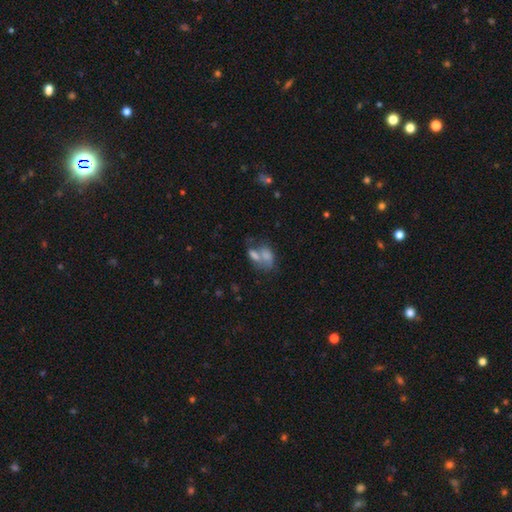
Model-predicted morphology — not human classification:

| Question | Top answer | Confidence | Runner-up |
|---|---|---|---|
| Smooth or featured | smooth | 56% | featured or disk (28%) |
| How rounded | in between | 80% | round (17%) |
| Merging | merger | 60% | none (21%) |